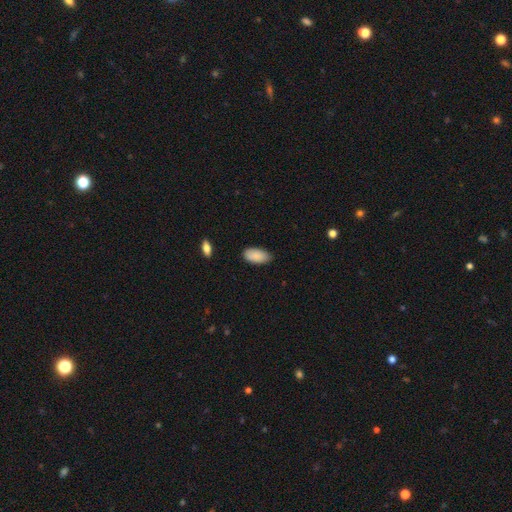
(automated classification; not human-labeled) Morphology: type=smooth (89%); roundness=in between (94%); merging=none (79%).